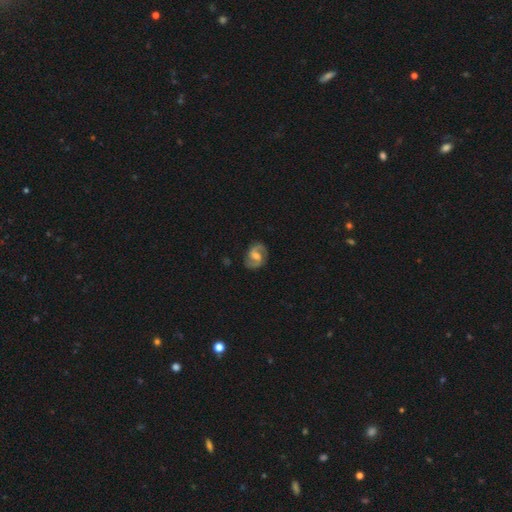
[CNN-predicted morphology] Smooth or featured? Predicted: featured or disk (p=0.85). Edge-on disk? Predicted: no (p=0.98). Bar? Predicted: weak (p=0.55). Spiral arms? Predicted: yes (p=0.96). Spiral winding? Predicted: medium (p=0.57). Spiral arm count? Predicted: 2 (p=0.93). Bulge size? Predicted: moderate (p=0.61). Merging? Predicted: none (p=0.84).